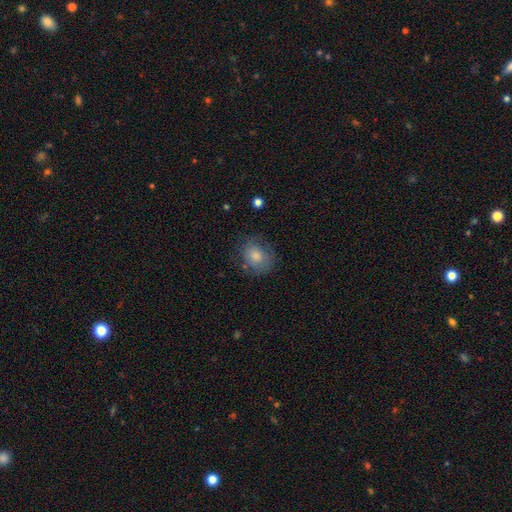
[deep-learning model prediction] This is likely a smooth galaxy (78%). How rounded: possibly round (60%). Merging: likely none (68%).